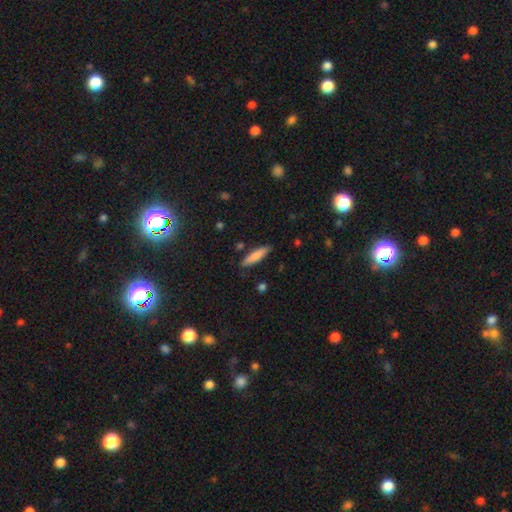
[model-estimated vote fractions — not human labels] A smooth galaxy with no disk features (77%) that is cigar-shaped (78%). Merging: none (86%).